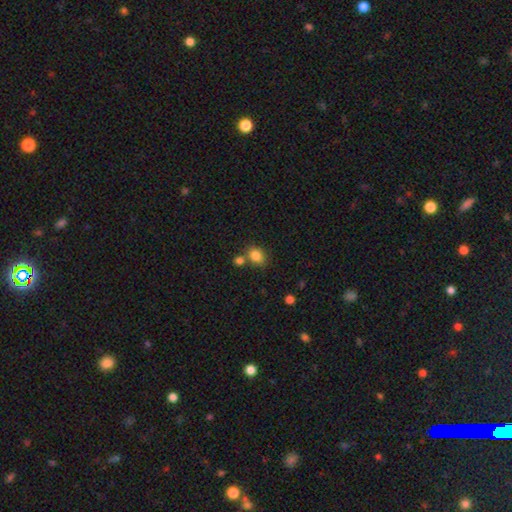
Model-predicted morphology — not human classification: Smooth or featured? smooth (84%)
How rounded? in between (58%)
Merging? none (63%)